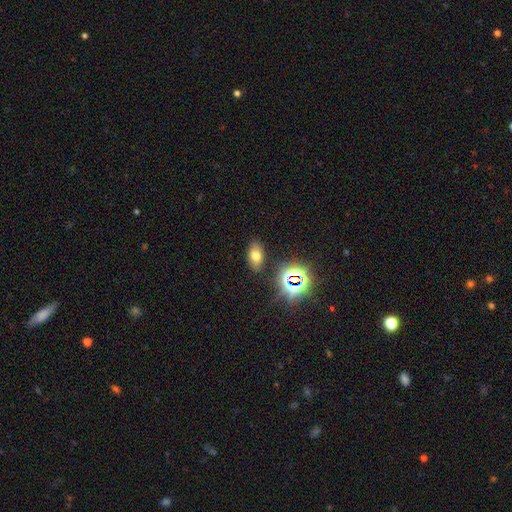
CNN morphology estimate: Smooth or featured: smooth — 63% (star or artifact — 24%)
How rounded: in between — 87% (round — 9%)
Merging: none — 85% (minor disturbance — 10%)